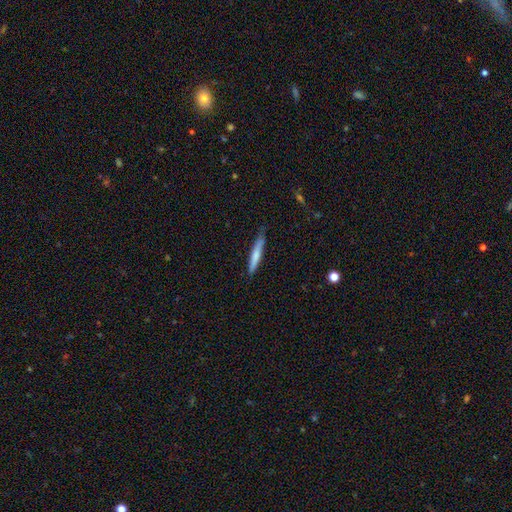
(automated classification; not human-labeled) The model was most divided on "smooth or featured": smooth: 70%, featured or disk: 24%, star or artifact: 5%. More confident: how rounded — cigar-shaped (94%); merging — none (76%).